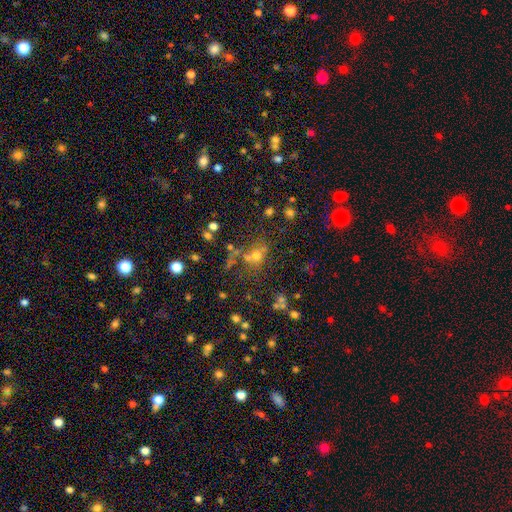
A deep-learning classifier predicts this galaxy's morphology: A smooth galaxy with no disk features (50%) that is round (57%). Merging: none (52%).